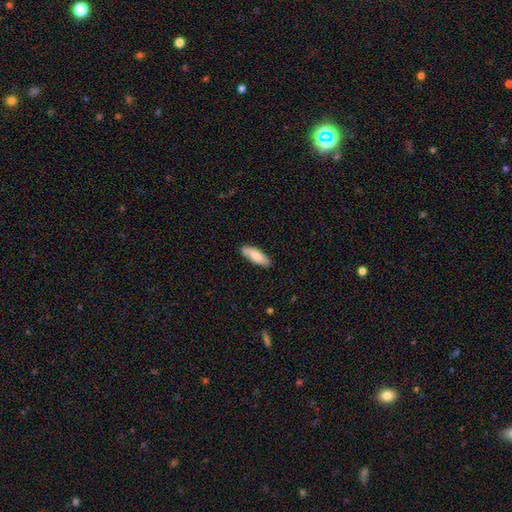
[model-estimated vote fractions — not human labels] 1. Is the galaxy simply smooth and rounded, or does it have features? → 76% smooth, 18% featured or disk, 6% star or artifact.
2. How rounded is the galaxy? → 61% in between, 37% cigar-shaped, 2% round.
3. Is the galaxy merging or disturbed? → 81% none, 15% minor disturbance, 2% major disturbance, 2% merger.